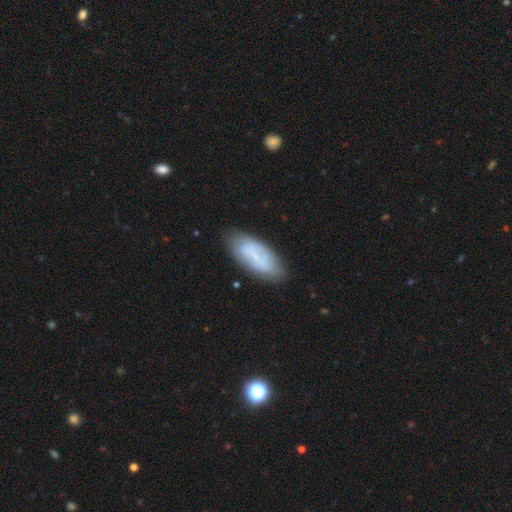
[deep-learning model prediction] Q: Smooth or featured?
A: featured or disk (46%); tied with: smooth (46%)
Q: Merging?
A: none (79%); runner-up: minor disturbance (15%)